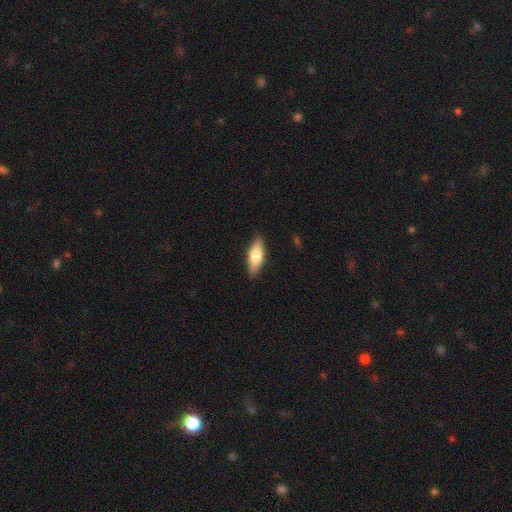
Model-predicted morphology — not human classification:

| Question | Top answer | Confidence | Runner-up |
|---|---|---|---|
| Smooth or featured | smooth | 60% | featured or disk (34%) |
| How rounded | in between | 62% | cigar-shaped (35%) |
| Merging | none | 87% | minor disturbance (10%) |